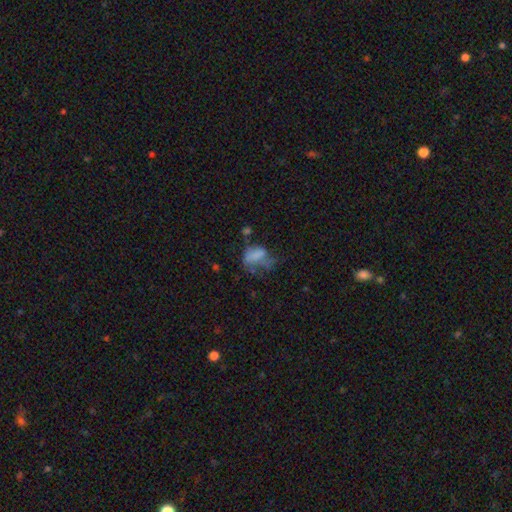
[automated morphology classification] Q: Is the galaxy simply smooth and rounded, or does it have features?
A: smooth — 57%.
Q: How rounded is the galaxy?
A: in between — 79%.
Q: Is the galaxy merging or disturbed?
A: major disturbance — 47%.